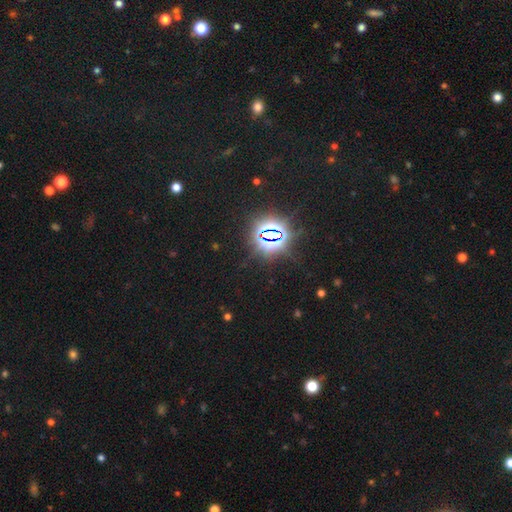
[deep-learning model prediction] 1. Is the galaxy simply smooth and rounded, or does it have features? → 80% star or artifact, 14% smooth, 6% featured or disk.